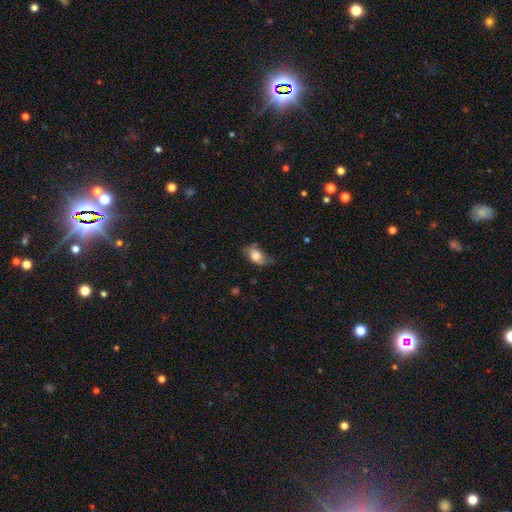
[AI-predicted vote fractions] Q: Smooth or featured?
A: smooth (74%); runner-up: featured or disk (18%)
Q: How rounded?
A: in between (84%); runner-up: round (12%)
Q: Merging?
A: none (44%); runner-up: minor disturbance (36%)